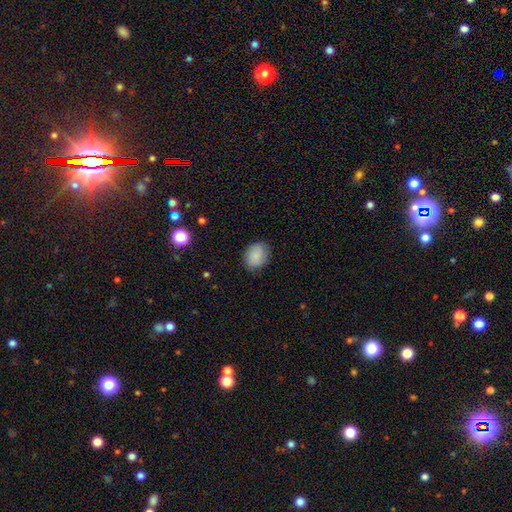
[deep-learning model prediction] Morphology: type=smooth (86%); roundness=in between (57%); merging=none (79%).